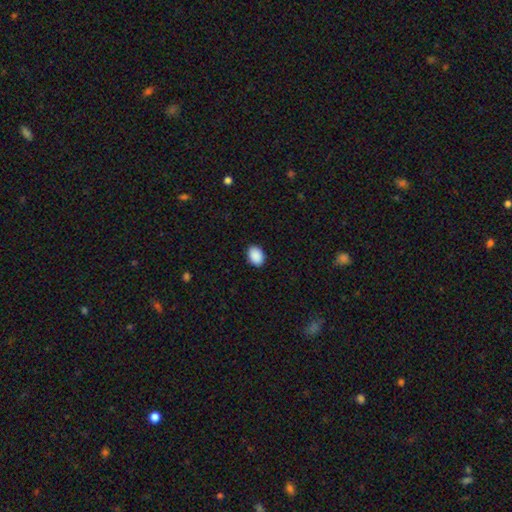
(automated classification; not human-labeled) This is clearly a smooth galaxy (91%). How rounded: likely in between (78%). Merging: clearly none (91%).